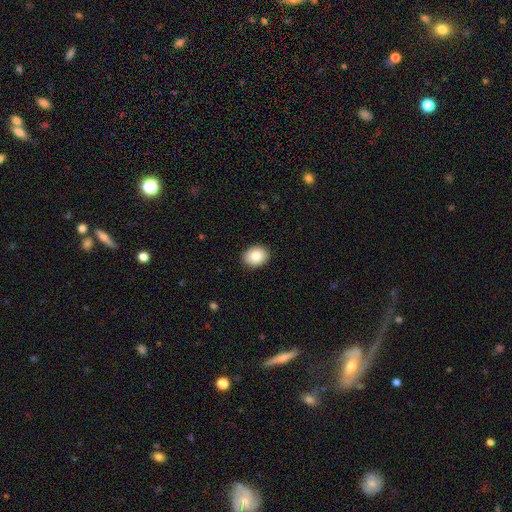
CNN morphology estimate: Smooth or featured? Predicted: smooth (p=0.85). How rounded? Predicted: in between (p=0.58). Merging? Predicted: none (p=0.91).